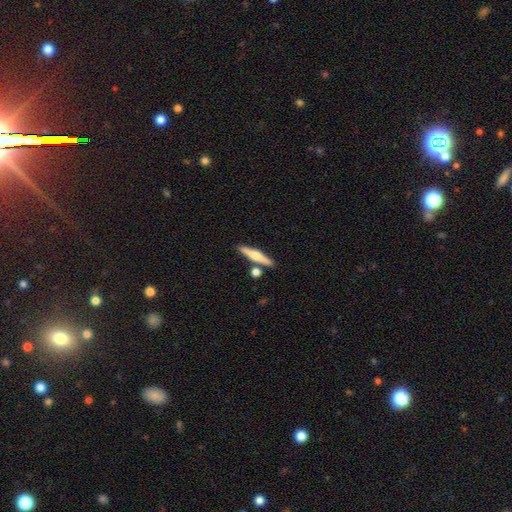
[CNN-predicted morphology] smooth_or_featured: featured or disk (p=0.48) [alt: smooth p=0.47]
merging: none (p=0.81) [alt: merger p=0.09]